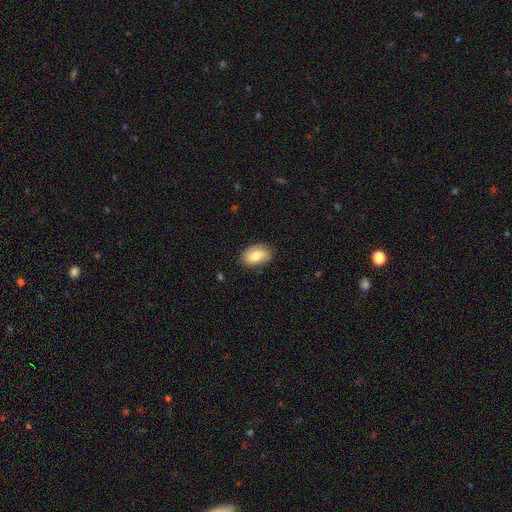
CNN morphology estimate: type=smooth (76%); roundness=in between (90%); merging=none (81%).